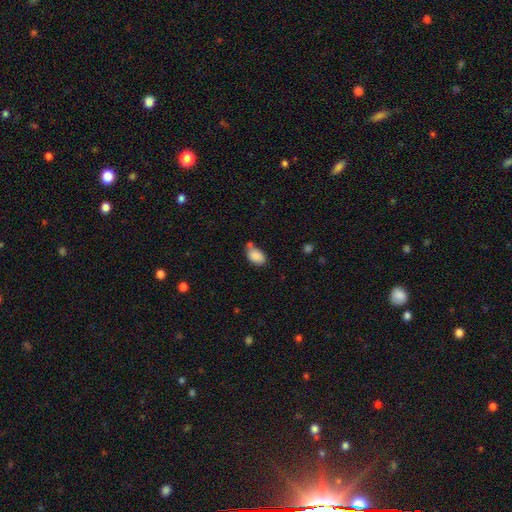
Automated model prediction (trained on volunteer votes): Overall: smooth (86%). How rounded: in between (88%). Merging: none (49%; minor disturbance 24%).